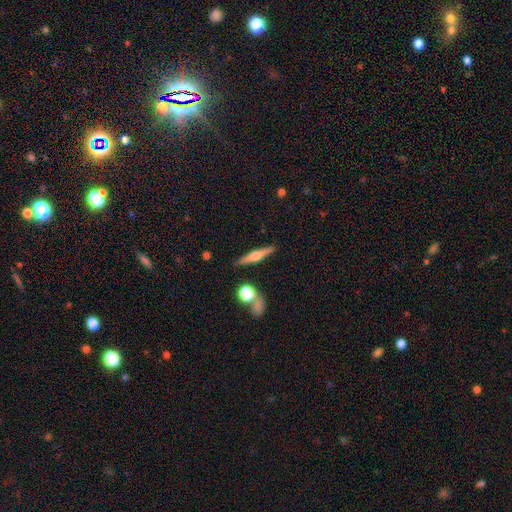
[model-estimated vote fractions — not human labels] Smooth or featured: featured or disk — 62% (smooth — 31%)
Edge-on disk: yes — 96% (no — 4%)
Edge-on bulge: rounded — 89% (boxy — 6%)
Merging: none — 85% (minor disturbance — 8%)